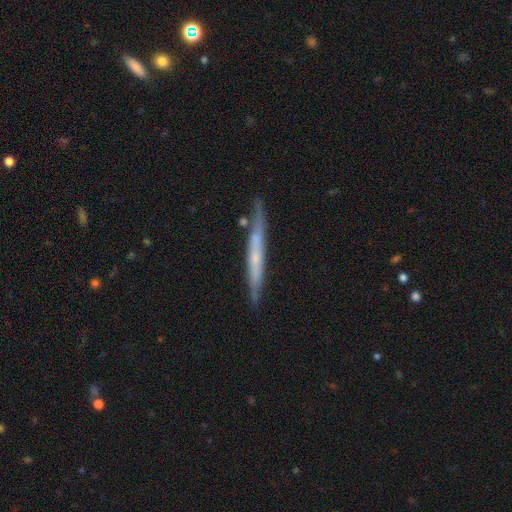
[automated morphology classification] A featured or disk galaxy (59%) viewed edge-on (91%) with no central bulge (72%).

Vote fractions:
- Smooth or featured? featured or disk: 59% / smooth: 34% / star or artifact: 6%
- Edge-on disk? yes: 91% / no: 9%
- Edge-on bulge? none: 72% / rounded: 22% / boxy: 6%
- Merging? none: 80% / minor disturbance: 15% / merger: 3% / major disturbance: 3%